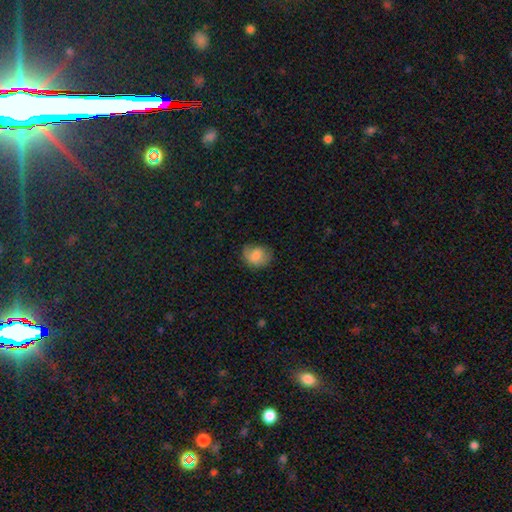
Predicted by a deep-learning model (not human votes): Smooth or featured: smooth — 73% (featured or disk — 18%)
How rounded: round — 59% (in between — 40%)
Merging: none — 63% (minor disturbance — 26%)